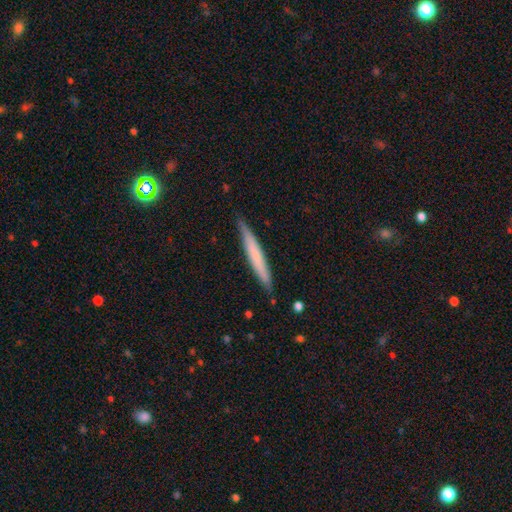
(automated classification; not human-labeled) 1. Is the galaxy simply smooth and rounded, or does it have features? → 60% smooth, 34% featured or disk, 6% star or artifact.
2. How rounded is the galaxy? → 96% cigar-shaped, 3% in between, 1% round.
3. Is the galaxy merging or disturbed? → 88% none, 9% minor disturbance, 2% major disturbance, 1% merger.